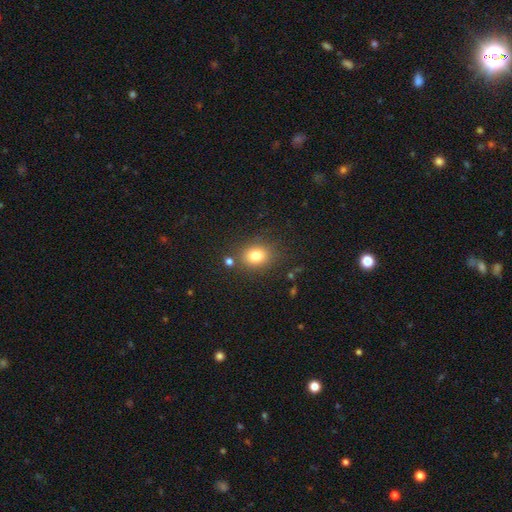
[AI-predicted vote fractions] Morphology: type=smooth (80%); roundness=round (51%); merging=none (79%).